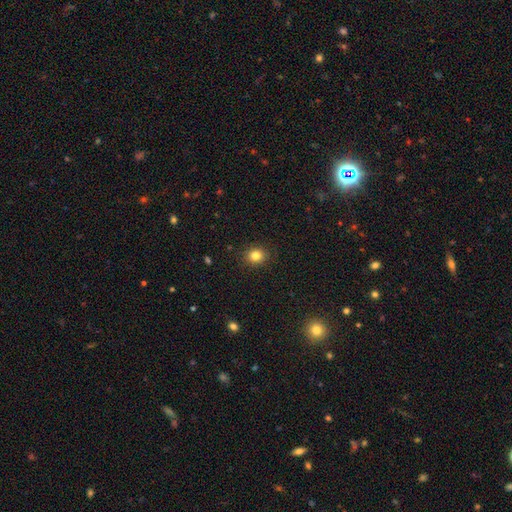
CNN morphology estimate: Q: Smooth or featured?
A: smooth (82%); runner-up: star or artifact (12%)
Q: How rounded?
A: round (74%); runner-up: in between (25%)
Q: Merging?
A: none (90%); runner-up: minor disturbance (7%)